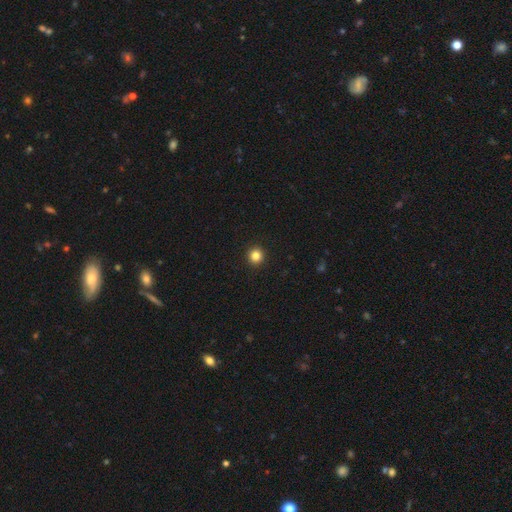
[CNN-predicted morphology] A smooth galaxy with no disk features (84%) that is round (95%). Merging: none (94%).